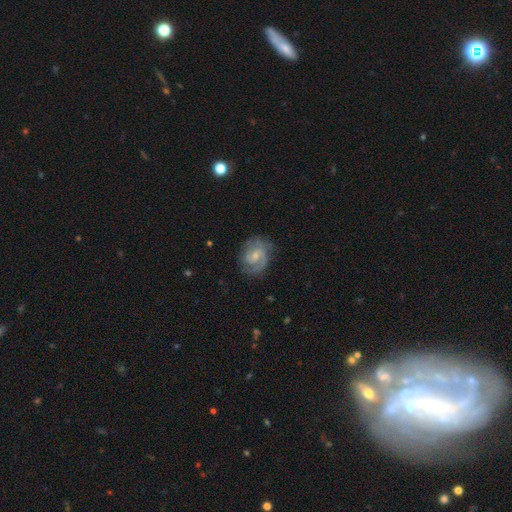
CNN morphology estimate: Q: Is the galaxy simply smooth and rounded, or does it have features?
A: featured or disk — 85%.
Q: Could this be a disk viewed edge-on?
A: no — 98%.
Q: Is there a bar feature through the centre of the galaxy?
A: weak — 52%.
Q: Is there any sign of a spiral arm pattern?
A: yes — 97%.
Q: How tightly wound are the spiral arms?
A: tight — 45%, tied with medium.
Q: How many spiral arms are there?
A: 2 — 80%.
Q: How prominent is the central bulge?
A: small — 55%.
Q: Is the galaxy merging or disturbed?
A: none — 75%.